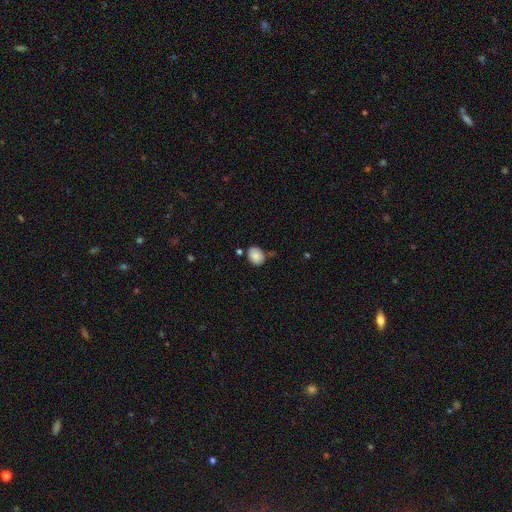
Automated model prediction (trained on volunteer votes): smooth_or_featured: smooth (p=0.84) [alt: featured or disk p=0.08]
how_rounded: in between (p=0.55) [alt: round p=0.45]
merging: none (p=0.69) [alt: minor disturbance p=0.20]